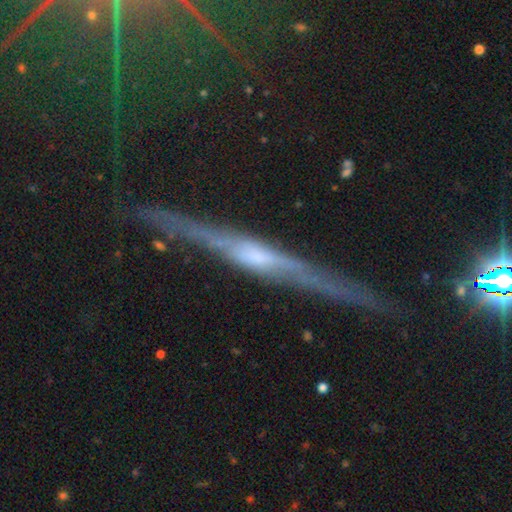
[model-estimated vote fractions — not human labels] The model was most divided on "edge-on bulge": rounded: 54%, boxy: 26%, none: 20%. More confident: edge-on disk — yes (95%); merging — none (83%); smooth or featured — featured or disk (80%).